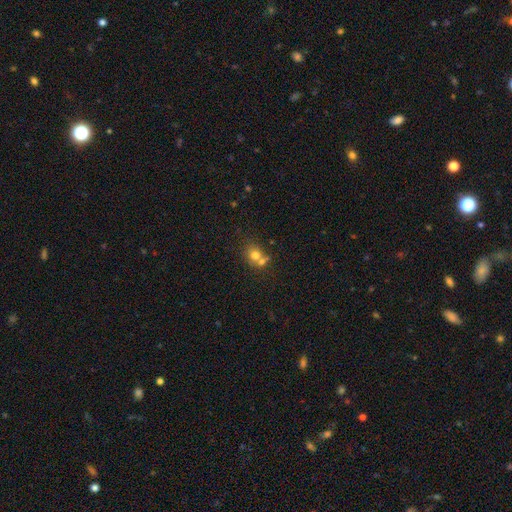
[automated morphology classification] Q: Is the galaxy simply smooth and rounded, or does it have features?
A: smooth — 71%.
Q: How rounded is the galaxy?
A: round — 71%.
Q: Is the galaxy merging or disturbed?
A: merger — 49%.